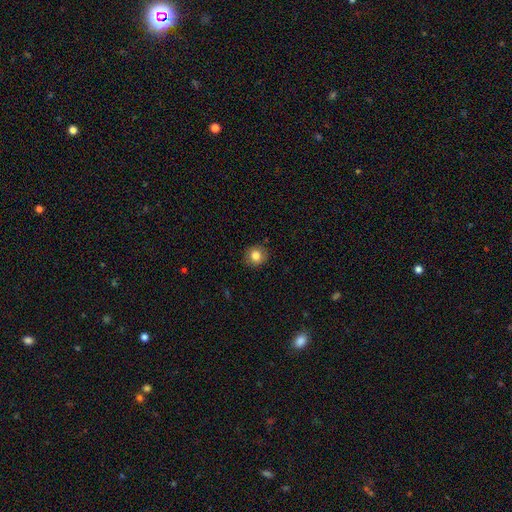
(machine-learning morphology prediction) A smooth galaxy with no disk features (82%) that is round (89%).

Vote fractions:
- Smooth or featured? smooth: 82% / star or artifact: 10% / featured or disk: 8%
- How rounded? round: 89% / in between: 10% / cigar-shaped: 1%
- Merging? none: 89% / minor disturbance: 8% / major disturbance: 2% / merger: 1%